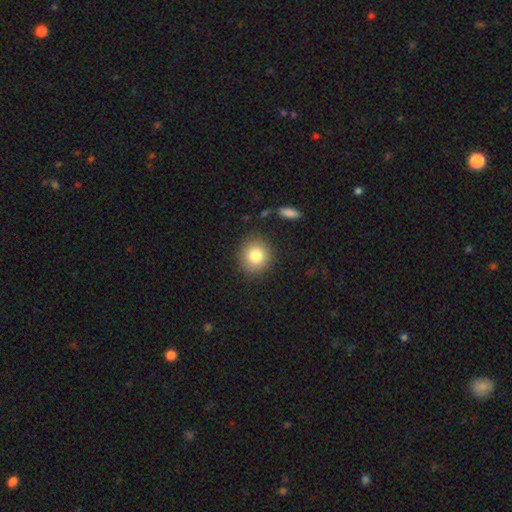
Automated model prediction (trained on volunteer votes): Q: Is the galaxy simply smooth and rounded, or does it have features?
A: smooth — 82%.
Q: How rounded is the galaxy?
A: round — 86%.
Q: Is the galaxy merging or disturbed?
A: none — 86%.